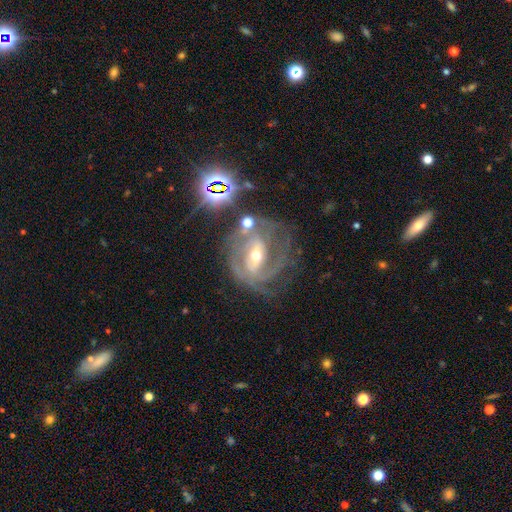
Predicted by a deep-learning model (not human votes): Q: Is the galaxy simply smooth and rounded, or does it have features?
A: featured or disk — 85%.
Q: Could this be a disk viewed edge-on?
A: no — 96%.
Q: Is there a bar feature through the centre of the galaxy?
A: strong — 49%.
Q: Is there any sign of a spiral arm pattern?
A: yes — 93%.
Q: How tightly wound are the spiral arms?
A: tight — 52%.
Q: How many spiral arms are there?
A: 2 — 37%.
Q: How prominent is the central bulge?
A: moderate — 54%.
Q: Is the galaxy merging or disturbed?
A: none — 56%.